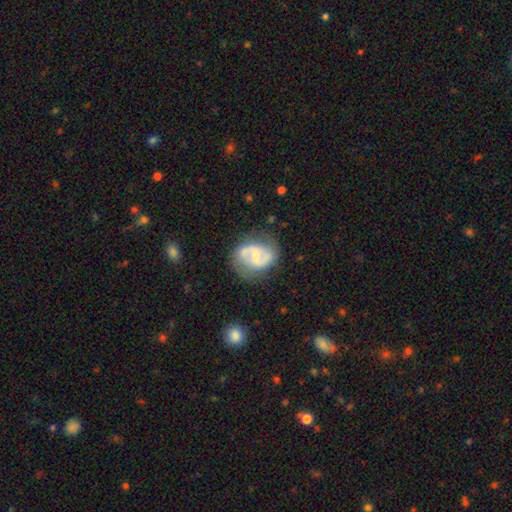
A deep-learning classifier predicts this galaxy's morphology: smooth-or-featured: featured or disk: 77% | smooth: 18% | star or artifact: 6%
  disk-edge-on: no: 98% | yes: 2%
    bar: weak: 48% | no: 37% | strong: 15%
    has-spiral-arms: yes: 88% | no: 12%
      spiral-winding: medium: 51% | loose: 27% | tight: 21%
      spiral-arm-count: 2: 86% | can't tell: 8% | 1: 3% | 3: 1% | 4: 1% | more than 4: 1%
    bulge-size: moderate: 49% | small: 45% | none: 3% | large: 2% | dominant: 1%
  merging: none: 70% | minor disturbance: 20% | major disturbance: 8% | merger: 2%